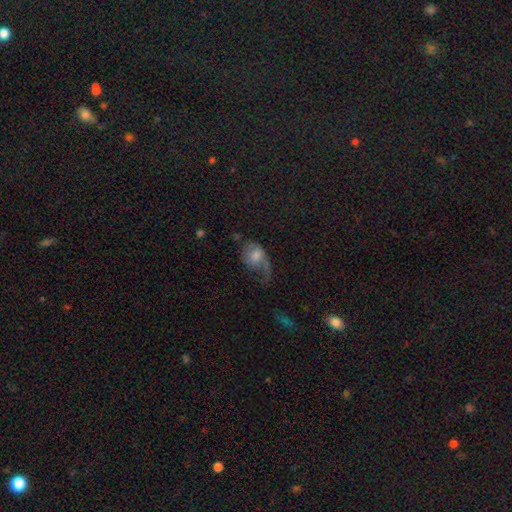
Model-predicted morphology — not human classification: Smooth or featured? smooth (50%)
Merging? major disturbance (49%)